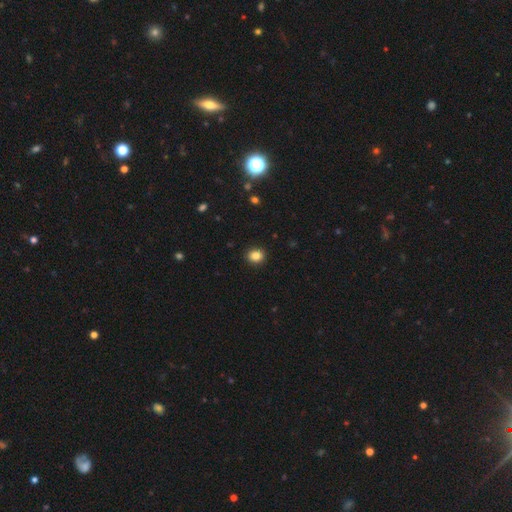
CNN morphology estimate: smooth 85%, star or artifact 10%, featured or disk 5%. Down the decision tree: how rounded — round (70%); merging — none (91%).